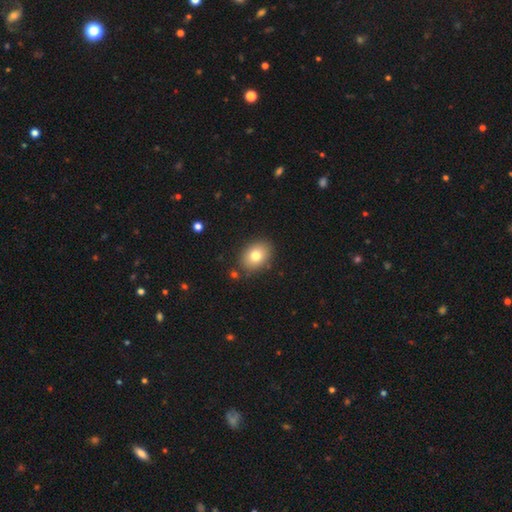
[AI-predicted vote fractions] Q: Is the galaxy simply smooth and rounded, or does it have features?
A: smooth — 78%.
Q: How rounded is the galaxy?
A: in between — 71%.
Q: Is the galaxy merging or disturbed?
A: none — 85%.